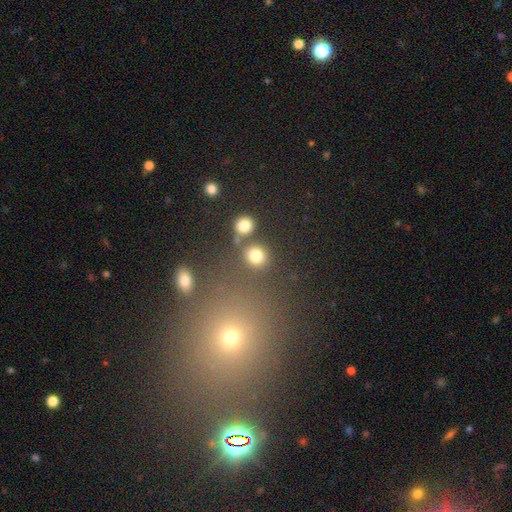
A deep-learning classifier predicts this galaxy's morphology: Smooth or featured? smooth (80%)
How rounded? round (82%)
Merging? none (72%)